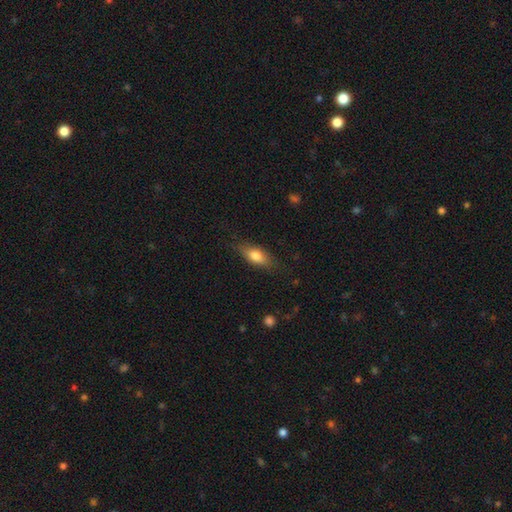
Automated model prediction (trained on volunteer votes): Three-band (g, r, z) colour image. It shows a smooth galaxy with no disk features (72%) that is in between round and cigar-shaped (74%). Merging: none (79%).